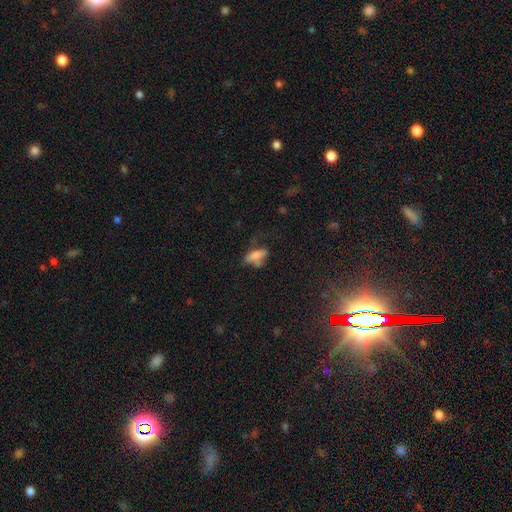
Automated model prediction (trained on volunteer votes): A smooth galaxy with no disk features (68%) that is in between round and cigar-shaped (72%). Merging: none (36%).